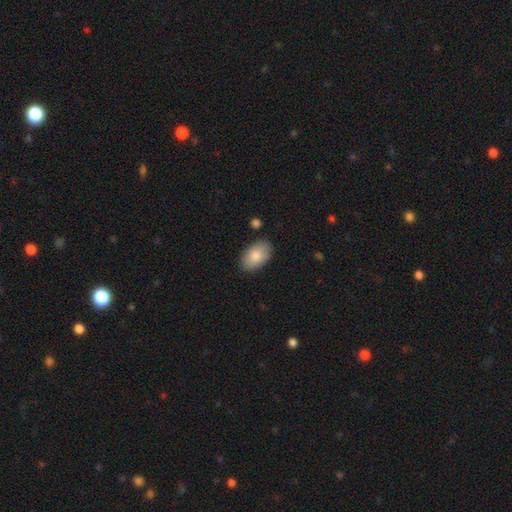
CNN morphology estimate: Smooth or featured? Predicted: smooth (p=0.84). How rounded? Predicted: in between (p=0.93). Merging? Predicted: none (p=0.85).